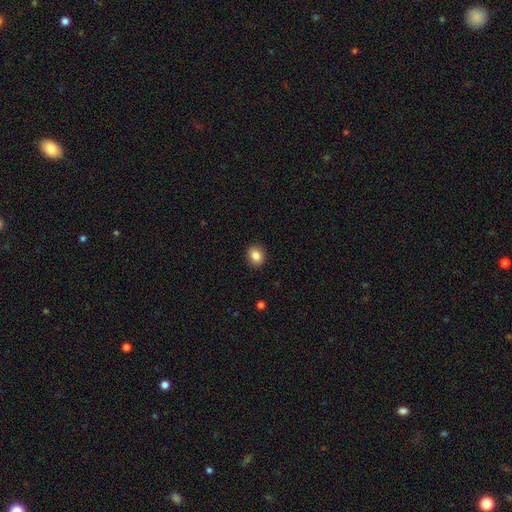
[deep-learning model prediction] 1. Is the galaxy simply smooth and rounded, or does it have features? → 84% smooth, 9% star or artifact, 6% featured or disk.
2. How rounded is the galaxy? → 59% round, 40% in between, 1% cigar-shaped.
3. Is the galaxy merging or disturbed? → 90% none, 7% minor disturbance, 2% major disturbance, 1% merger.